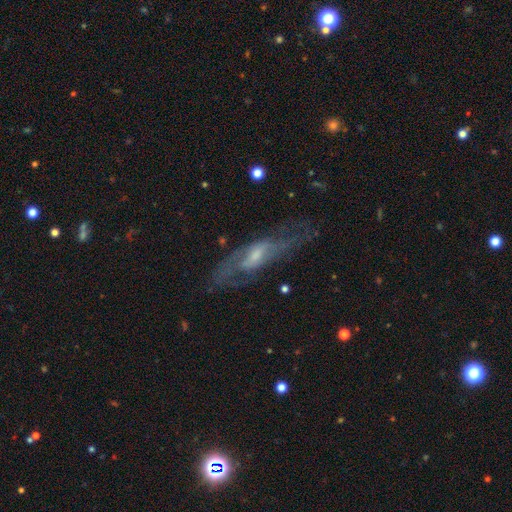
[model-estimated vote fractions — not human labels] Smooth or featured?
  - featured or disk: 73% *
  - smooth: 19%
  - star or artifact: 8%
Edge-on disk?
  - no: 70% *
  - yes: 30%
Bar?
  - no: 43% *
  - weak: 42%
  - strong: 15%
Spiral arms?
  - yes: 71% *
  - no: 29%
Bulge size?
  - small: 48% *
  - moderate: 38%
  - none: 8%
  - large: 4%
  - dominant: 1%
Merging?
  - none: 62% *
  - minor disturbance: 20%
  - major disturbance: 16%
  - merger: 2%